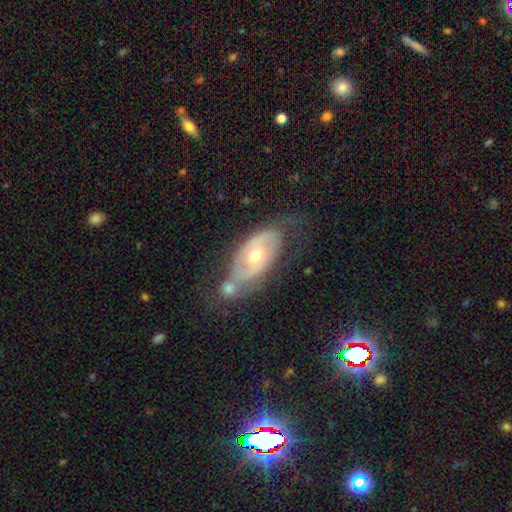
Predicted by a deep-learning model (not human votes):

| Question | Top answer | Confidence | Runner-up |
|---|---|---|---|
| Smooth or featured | featured or disk | 73% | smooth (20%) |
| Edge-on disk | no | 92% | yes (8%) |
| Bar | no | 66% | weak (25%) |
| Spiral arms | yes | 68% | no (32%) |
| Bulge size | moderate | 62% | small (33%) |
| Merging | none | 48% | minor disturbance (23%) |